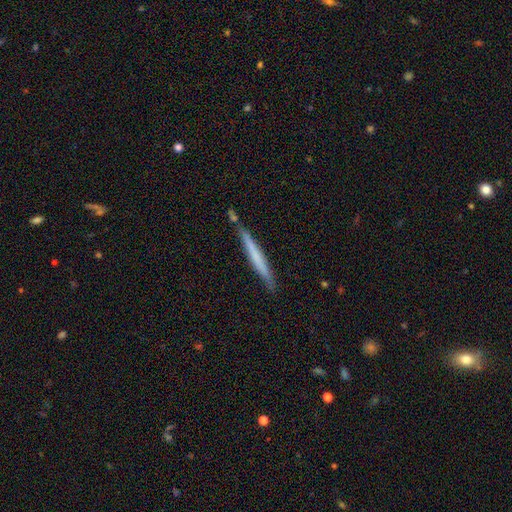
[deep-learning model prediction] Smooth or featured? Predicted: smooth (p=0.52). How rounded? Predicted: cigar-shaped (p=0.97). Merging? Predicted: none (p=0.83).